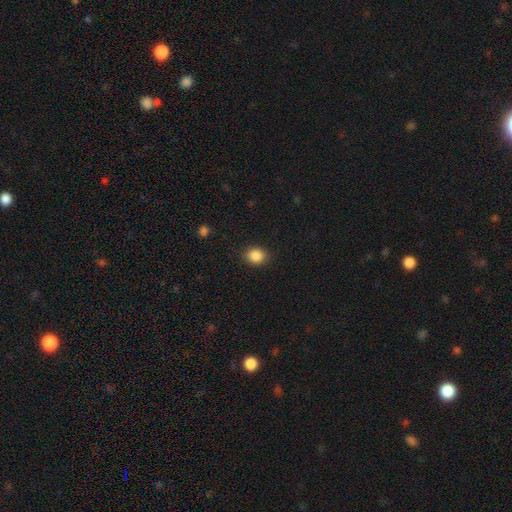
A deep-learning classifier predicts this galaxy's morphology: Smooth or featured? smooth (86%)
How rounded? round (67%)
Merging? none (89%)